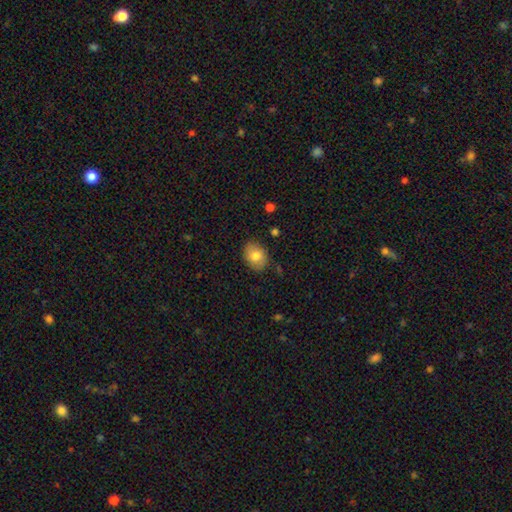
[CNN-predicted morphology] This is likely a smooth galaxy (80%). How rounded: likely in between (68%). Merging: clearly none (85%).